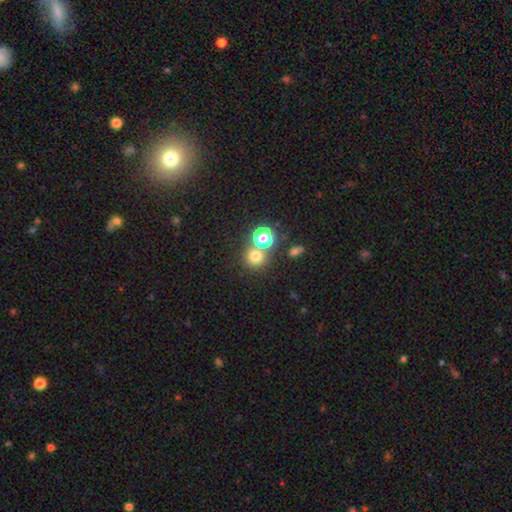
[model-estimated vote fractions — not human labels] Overall: smooth (72%). How rounded: round (88%). Merging: none (67%).